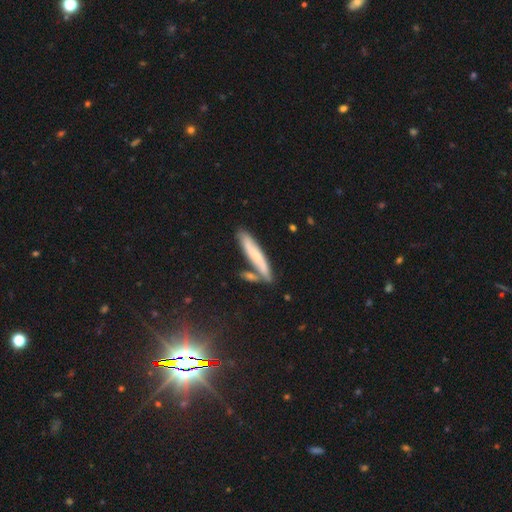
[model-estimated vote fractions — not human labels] Smooth or featured?
  - smooth: 59% *
  - featured or disk: 33%
  - star or artifact: 8%
How rounded?
  - cigar-shaped: 88% *
  - in between: 10%
  - round: 2%
Merging?
  - none: 67% *
  - merger: 16%
  - minor disturbance: 14%
  - major disturbance: 3%